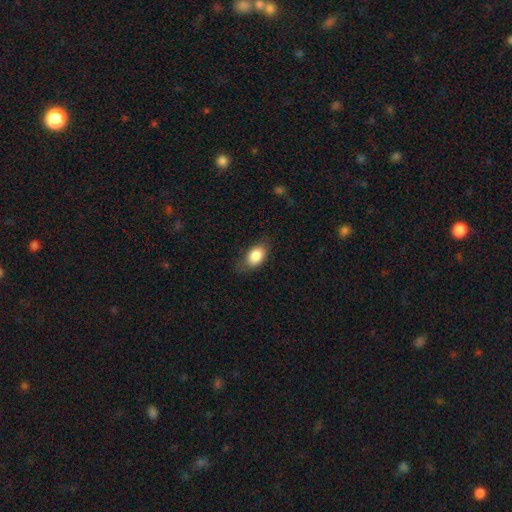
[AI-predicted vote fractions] smooth_or_featured: smooth (p=0.84) [alt: featured or disk p=0.09]
how_rounded: in between (p=0.85) [alt: round p=0.13]
merging: none (p=0.72) [alt: minor disturbance p=0.21]